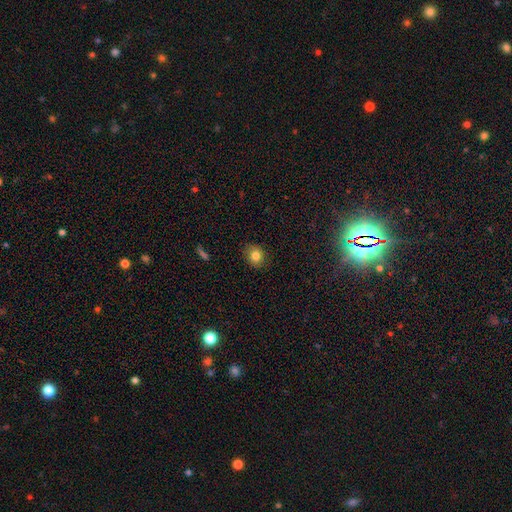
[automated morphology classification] type=smooth (81%); roundness=round (68%); merging=none (86%).